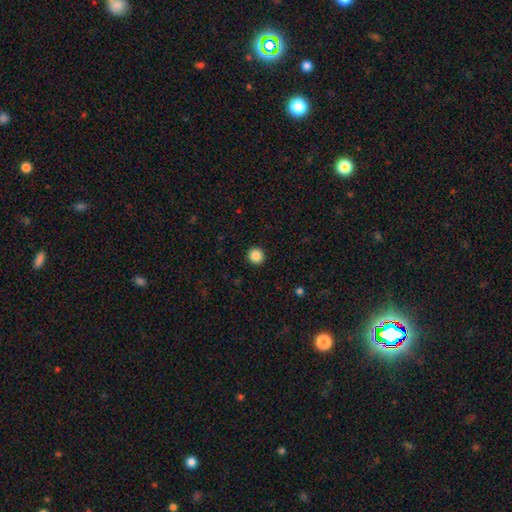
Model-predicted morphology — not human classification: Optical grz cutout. It shows a smooth galaxy with no disk features (86%) that is round (95%). Merging: none (94%).